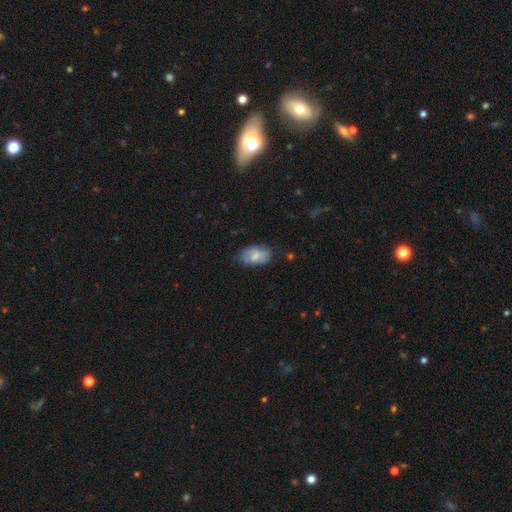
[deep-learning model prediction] Smooth or featured? Predicted: smooth (p=0.59). How rounded? Predicted: in between (p=0.91). Merging? Predicted: none (p=0.64).